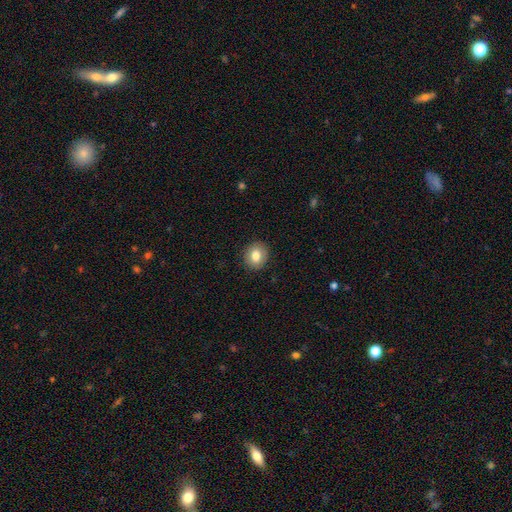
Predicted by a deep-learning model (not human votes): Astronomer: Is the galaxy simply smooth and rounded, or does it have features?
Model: smooth — 82%.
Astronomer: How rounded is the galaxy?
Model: round — 69%.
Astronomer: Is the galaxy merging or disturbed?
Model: none — 90%.